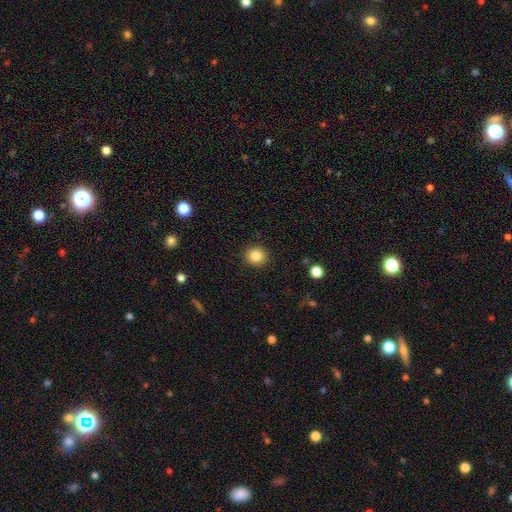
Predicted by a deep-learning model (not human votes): Smooth or featured? Predicted: smooth (p=0.85). How rounded? Predicted: round (p=0.85). Merging? Predicted: none (p=0.90).